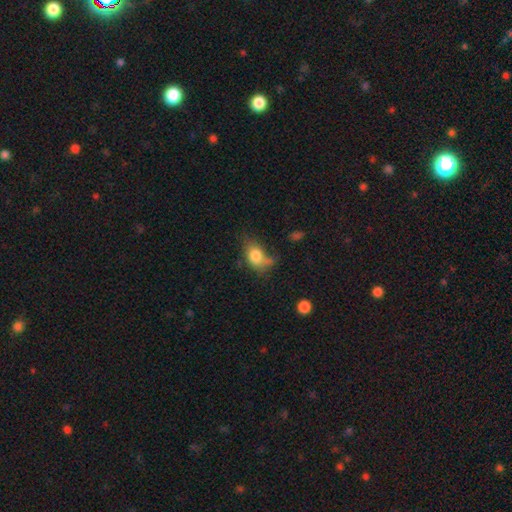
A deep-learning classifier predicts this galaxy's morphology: This appears to be a smooth galaxy with no disk features (78%) that is in between round and cigar-shaped (70%). Merging: none (41%).